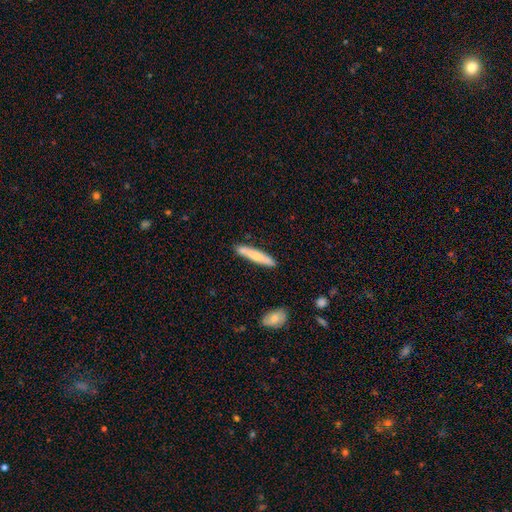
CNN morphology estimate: smooth_or_featured: smooth (p=0.65) [alt: featured or disk p=0.29]
how_rounded: cigar-shaped (p=0.92) [alt: in between p=0.07]
merging: none (p=0.83) [alt: minor disturbance p=0.11]